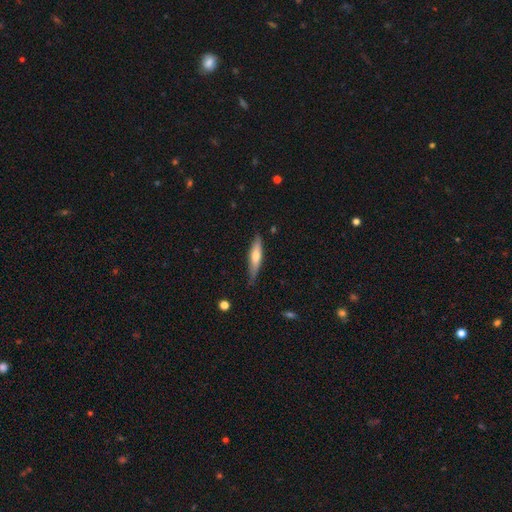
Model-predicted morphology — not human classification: Smooth or featured? smooth (54%)
How rounded? cigar-shaped (81%)
Merging? none (78%)